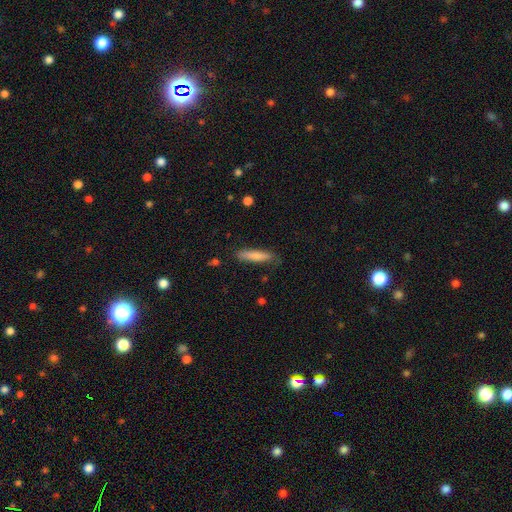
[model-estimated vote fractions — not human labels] This is clearly a smooth galaxy (81%). How rounded: clearly cigar-shaped (84%). Merging: likely none (80%).